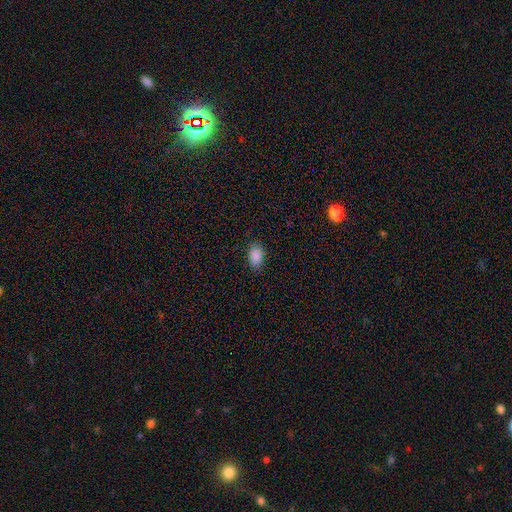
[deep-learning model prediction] The model was most divided on "merging": none: 83%, minor disturbance: 13%, major disturbance: 3%, merger: 1%. More confident: smooth or featured — smooth (88%); how rounded — in between (87%).